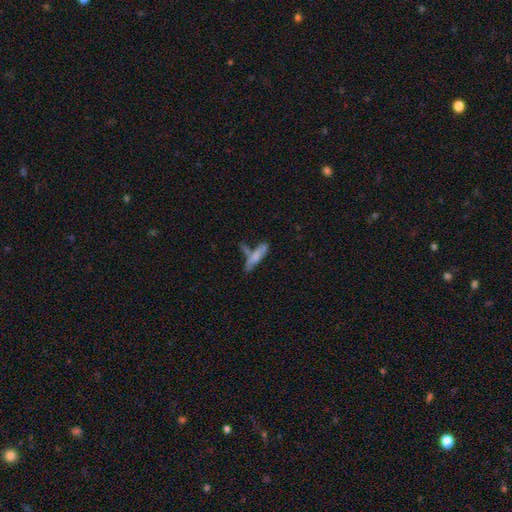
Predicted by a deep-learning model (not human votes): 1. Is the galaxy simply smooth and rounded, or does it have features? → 67% smooth, 25% featured or disk, 8% star or artifact.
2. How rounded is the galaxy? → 68% cigar-shaped, 29% in between, 2% round.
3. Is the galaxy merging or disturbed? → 43% none, 27% merger, 20% minor disturbance, 11% major disturbance.